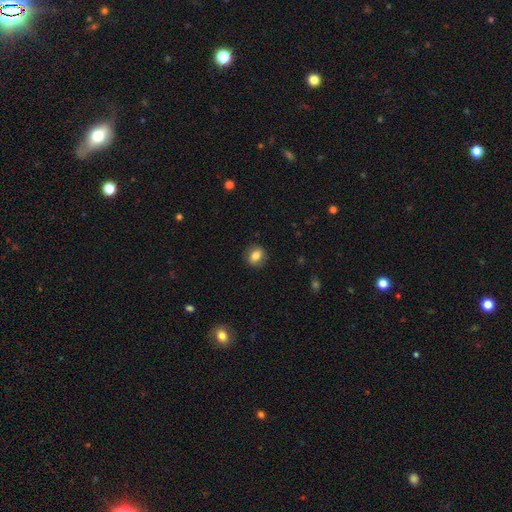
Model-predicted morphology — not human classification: A smooth galaxy with no disk features (83%) that is round (56%). Merging: none (88%).